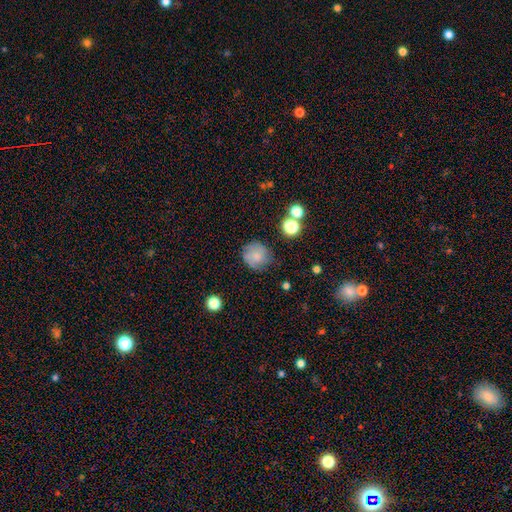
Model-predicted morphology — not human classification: Smooth or featured? Predicted: smooth (p=0.73). How rounded? Predicted: round (p=0.89). Merging? Predicted: none (p=0.72).